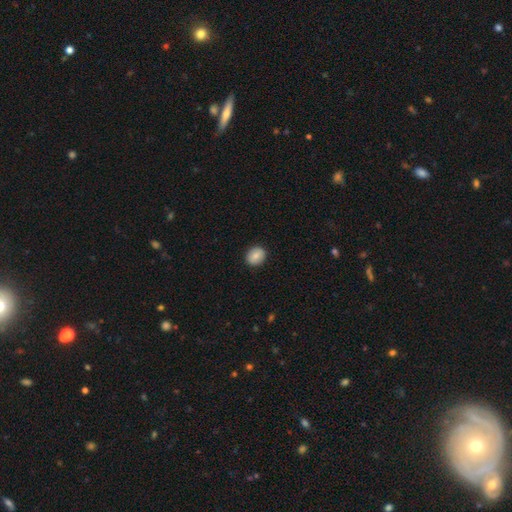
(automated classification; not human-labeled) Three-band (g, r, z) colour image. It shows a smooth galaxy with no disk features (84%) that is round (64%). Merging: none (89%).